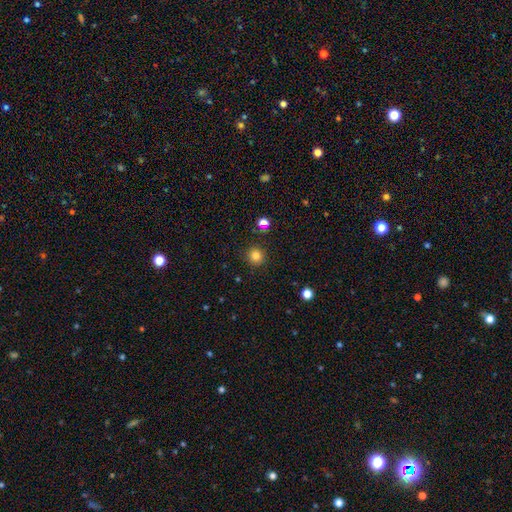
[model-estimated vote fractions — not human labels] Morphology: type=smooth (81%); roundness=round (93%); merging=none (90%).